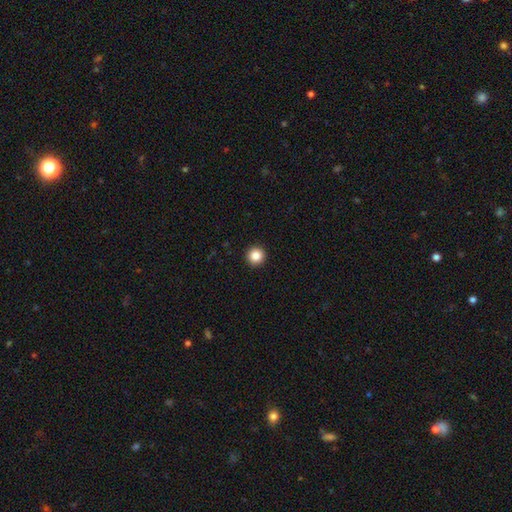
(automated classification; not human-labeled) A smooth galaxy with no disk features (86%) that is round (96%). Merging: none (94%).